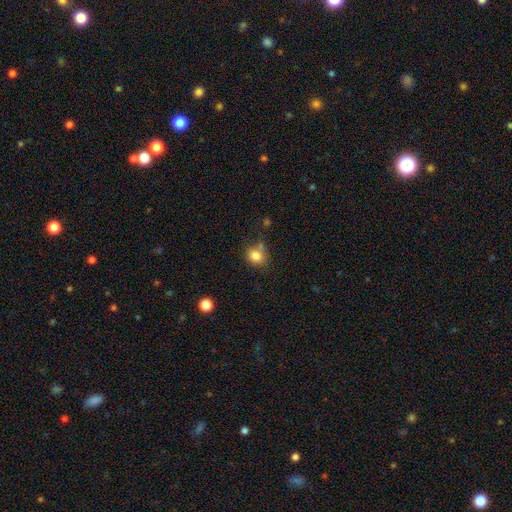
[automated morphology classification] This appears to be a smooth galaxy with no disk features (82%) that is round (68%). Merging: none (65%).